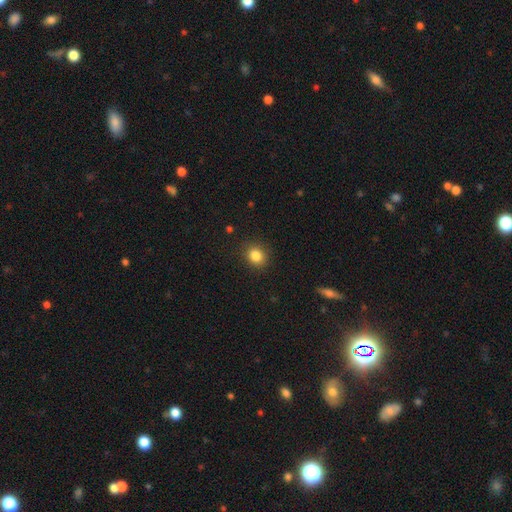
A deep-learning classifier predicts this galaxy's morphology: A smooth galaxy with no disk features (85%) that is round (71%). Merging: none (88%).